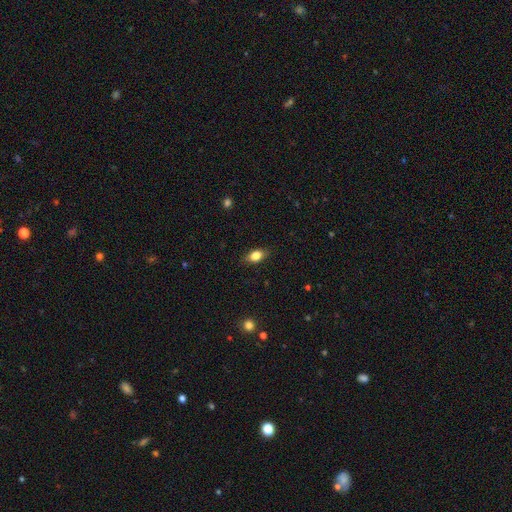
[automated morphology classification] The model was most divided on "how rounded": in between: 81%, round: 14%, cigar-shaped: 5%. More confident: merging — none (84%); smooth or featured — smooth (81%).